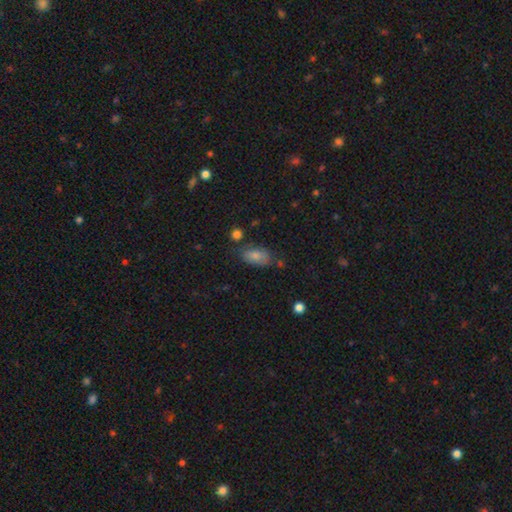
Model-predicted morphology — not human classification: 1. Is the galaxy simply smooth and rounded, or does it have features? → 79% smooth, 13% featured or disk, 9% star or artifact.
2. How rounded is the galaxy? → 91% in between, 6% round, 3% cigar-shaped.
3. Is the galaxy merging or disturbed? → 60% none, 26% minor disturbance, 8% major disturbance, 6% merger.